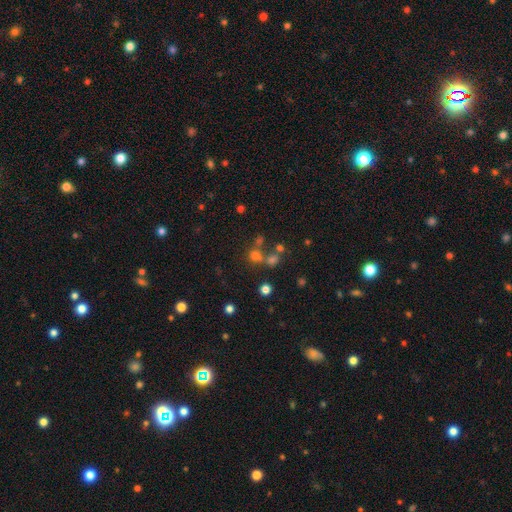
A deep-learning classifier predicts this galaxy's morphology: type=smooth (60%); roundness=round (85%); merging=none (55%).